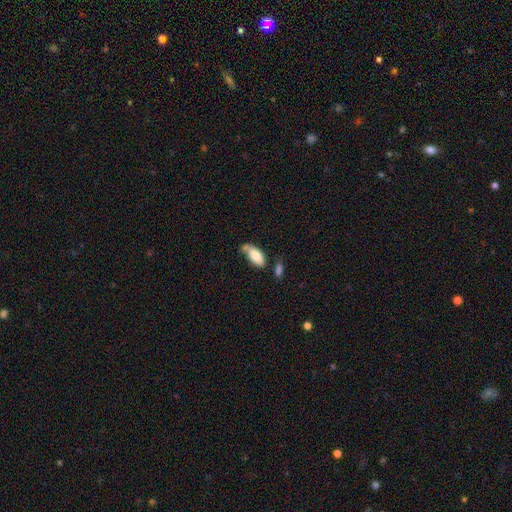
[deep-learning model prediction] Smooth or featured: smooth — 79% (featured or disk — 15%)
How rounded: in between — 90% (cigar-shaped — 7%)
Merging: none — 47% (minor disturbance — 24%)